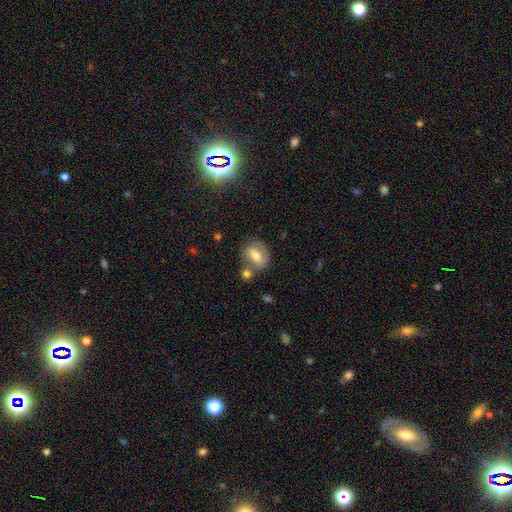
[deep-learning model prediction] The model was most divided on "how rounded": in between: 63%, round: 33%, cigar-shaped: 3%. More confident: smooth or featured — smooth (61%); merging — none (58%).